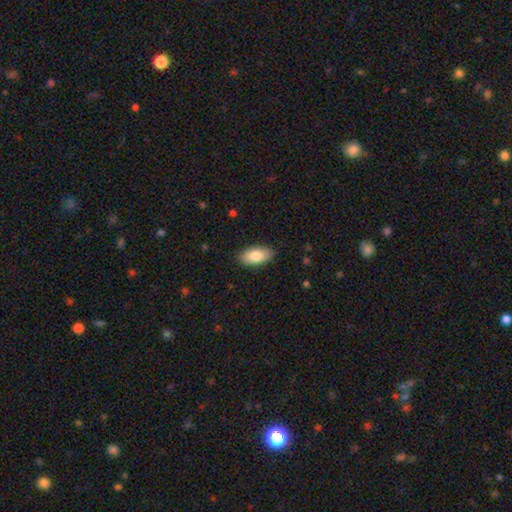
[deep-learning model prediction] Overall: smooth (81%). How rounded: in between (93%). Merging: none (86%).